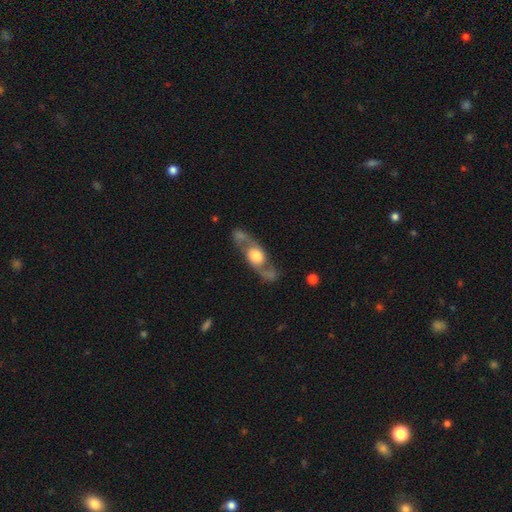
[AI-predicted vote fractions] Smooth or featured? Predicted: featured or disk (p=0.69). Edge-on disk? Predicted: no (p=0.65). Merging? Predicted: none (p=0.58).